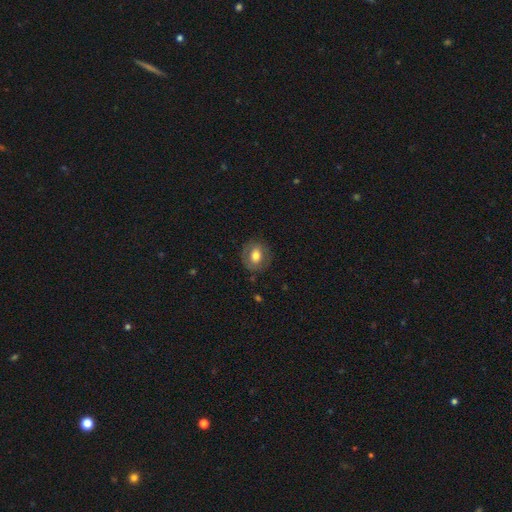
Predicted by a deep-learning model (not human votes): Overall: smooth (65%; featured or disk 27%). How rounded: round (64%; in between 35%). Merging: none (82%).